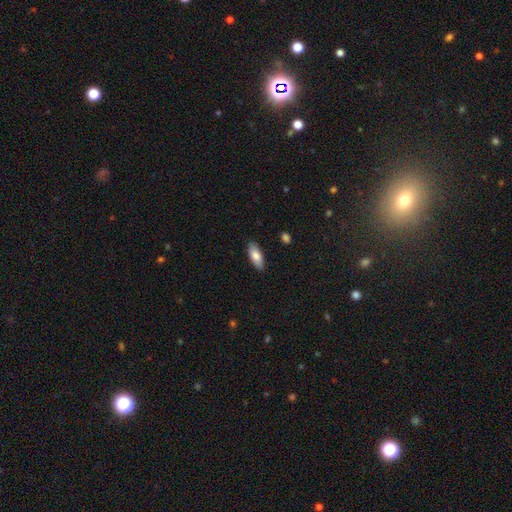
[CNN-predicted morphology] Smooth or featured? Predicted: smooth (p=0.81). How rounded? Predicted: in between (p=0.81). Merging? Predicted: none (p=0.87).